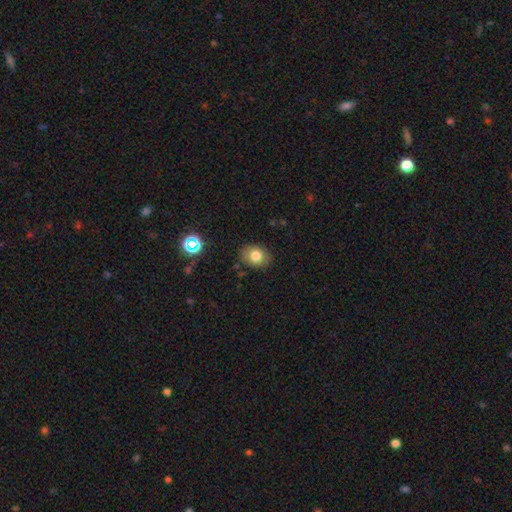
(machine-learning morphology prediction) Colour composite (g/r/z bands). It shows a smooth galaxy with no disk features (78%) that is in between round and cigar-shaped (60%). Merging: none (83%).